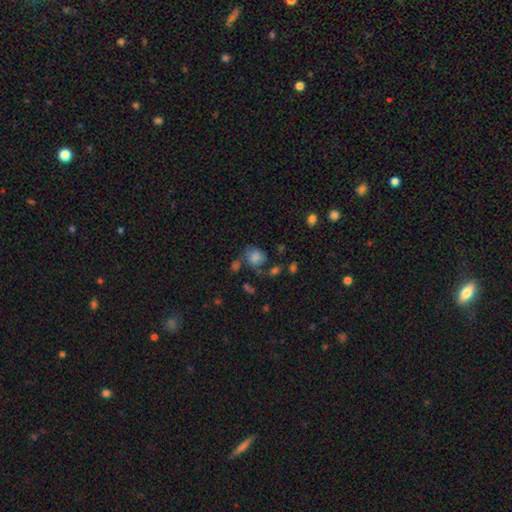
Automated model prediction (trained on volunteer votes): Overall: smooth (67%). How rounded: round (69%; in between 30%). Merging: none (49%; minor disturbance 22%).